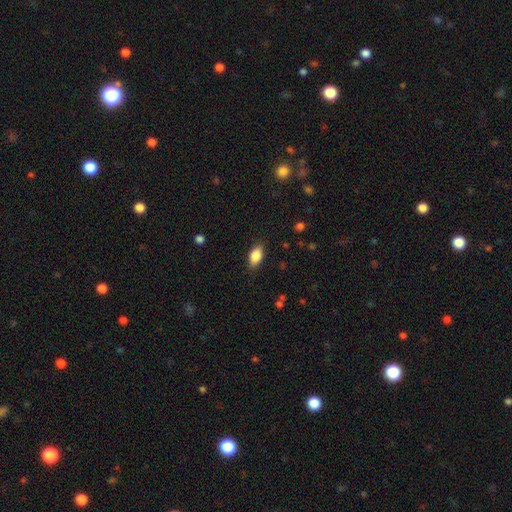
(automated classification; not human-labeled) This is clearly a smooth galaxy (86%). How rounded: clearly in between (89%). Merging: clearly none (84%).